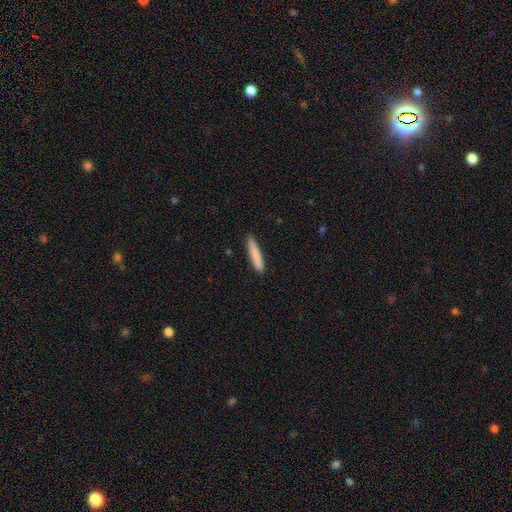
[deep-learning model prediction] This is clearly a smooth galaxy (83%). How rounded: clearly cigar-shaped (92%). Merging: clearly none (88%).